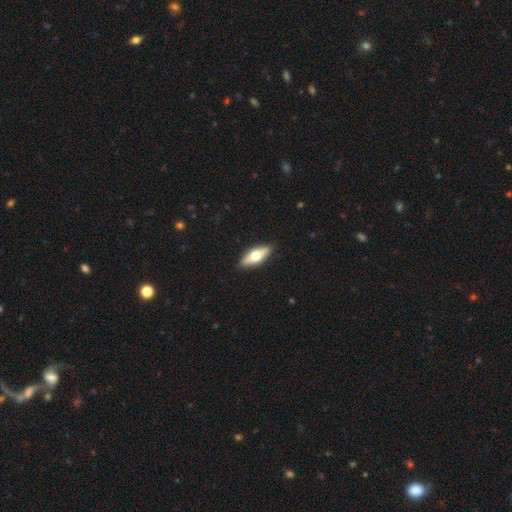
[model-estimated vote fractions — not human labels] smooth-or-featured: smooth: 53% | featured or disk: 41% | star or artifact: 6%
  how-rounded: in between: 66% | cigar-shaped: 31% | round: 3%
  merging: none: 90% | minor disturbance: 8% | major disturbance: 2% | merger: 1%